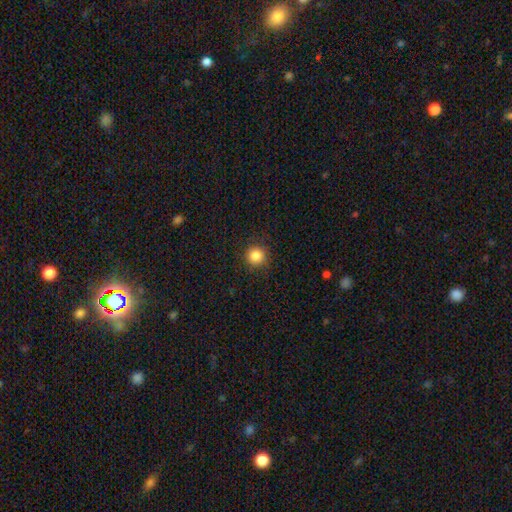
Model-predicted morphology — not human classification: This is clearly a smooth galaxy (86%). How rounded: clearly round (94%). Merging: clearly none (89%).